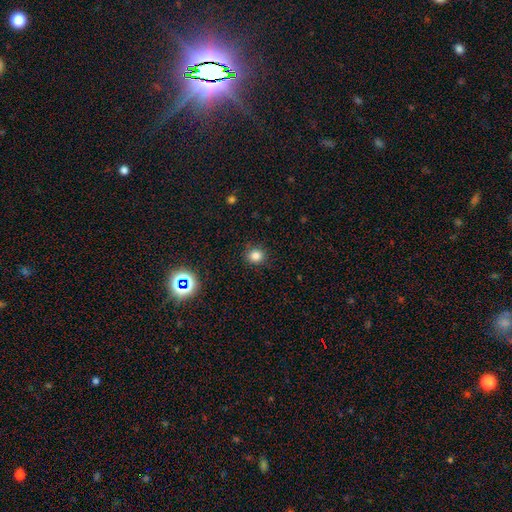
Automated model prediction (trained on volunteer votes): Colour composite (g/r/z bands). It shows a smooth galaxy with no disk features (81%) that is round (88%). Merging: none (88%).